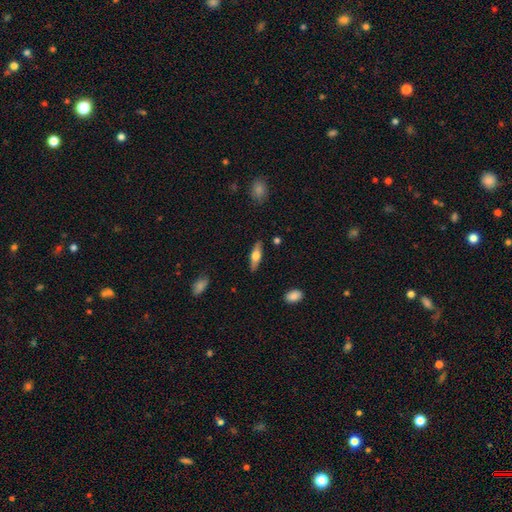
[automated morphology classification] Smooth or featured? smooth (47%, tied with featured or disk)
Merging? none (86%)